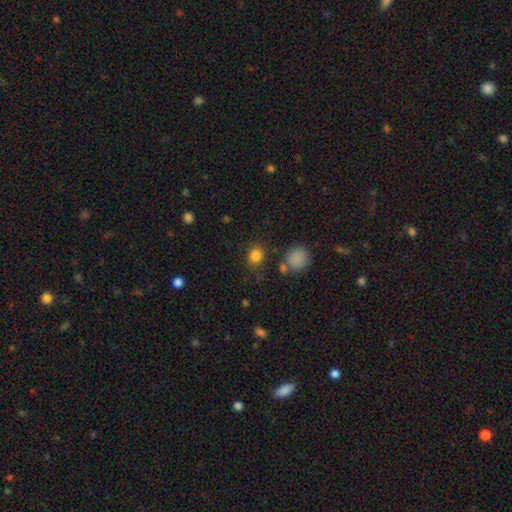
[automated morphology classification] Smooth or featured? Predicted: smooth (p=0.83). How rounded? Predicted: round (p=0.73). Merging? Predicted: none (p=0.78).